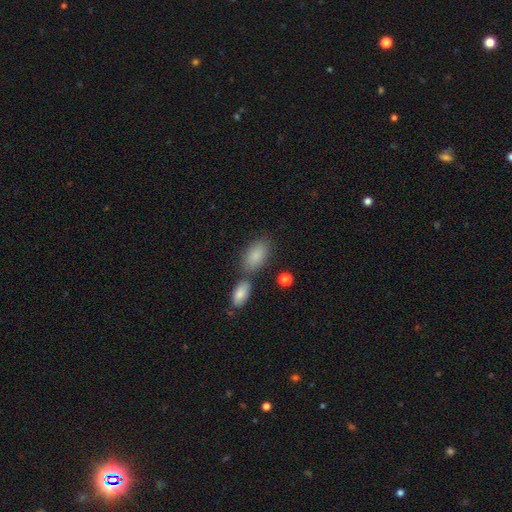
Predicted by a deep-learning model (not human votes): A smooth galaxy with no disk features (86%) that is in between round and cigar-shaped (92%). Merging: none (60%).